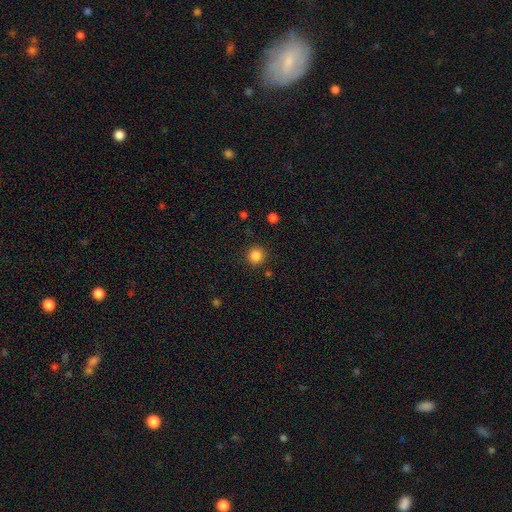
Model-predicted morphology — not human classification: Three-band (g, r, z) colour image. It shows a smooth galaxy with no disk features (85%) that is round (94%). Merging: none (90%).